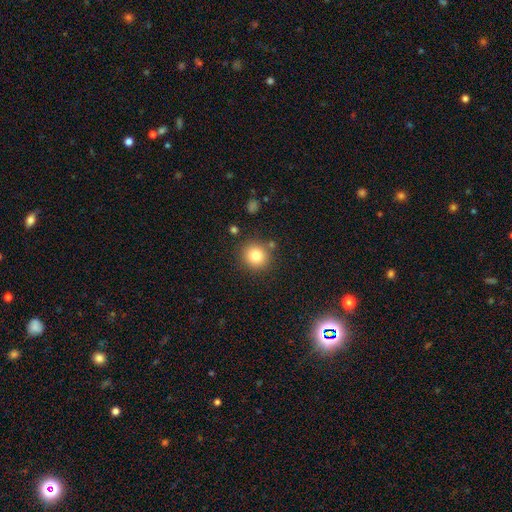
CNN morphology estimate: The model was most divided on "smooth or featured": smooth: 81%, star or artifact: 11%, featured or disk: 8%. More confident: how rounded — round (91%); merging — none (84%).